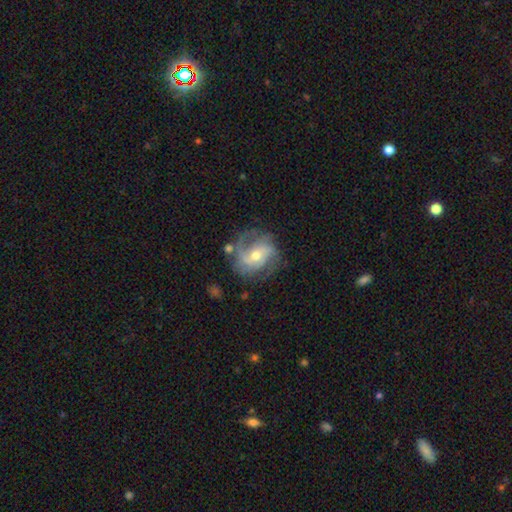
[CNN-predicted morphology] Q: Smooth or featured?
A: featured or disk (84%); runner-up: smooth (10%)
Q: Edge-on disk?
A: no (97%); runner-up: yes (3%)
Q: Bar?
A: no (46%); runner-up: weak (41%)
Q: Spiral arms?
A: yes (94%); runner-up: no (6%)
Q: Spiral winding?
A: medium (46%); runner-up: tight (31%)
Q: Spiral arm count?
A: 2 (41%); runner-up: 3 (25%)
Q: Bulge size?
A: moderate (56%); runner-up: small (40%)
Q: Merging?
A: none (64%); runner-up: minor disturbance (20%)